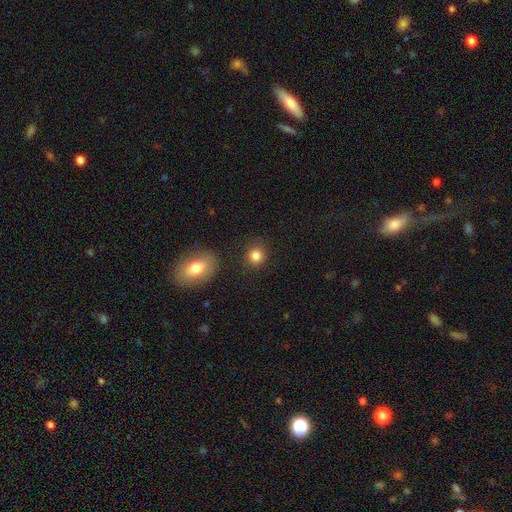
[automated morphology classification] This appears to be a smooth galaxy with no disk features (84%) that is round (86%). Merging: none (84%).